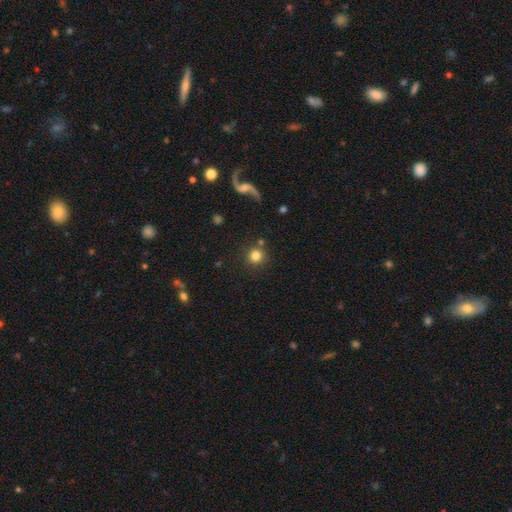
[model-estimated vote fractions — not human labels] A smooth galaxy with no disk features (81%) that is round (94%). Merging: none (83%).